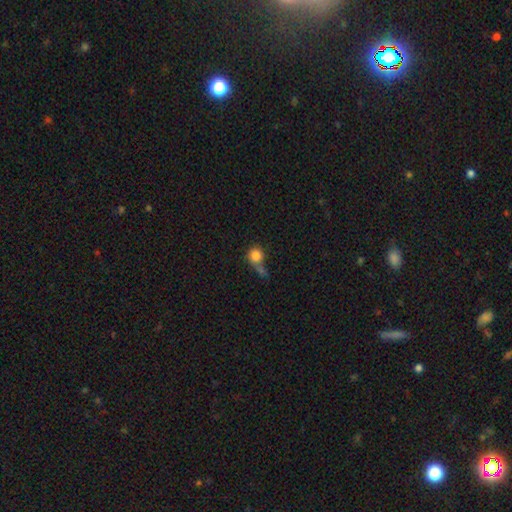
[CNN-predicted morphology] Smooth or featured? Predicted: smooth (p=0.82). How rounded? Predicted: round (p=0.87). Merging? Predicted: none (p=0.38).